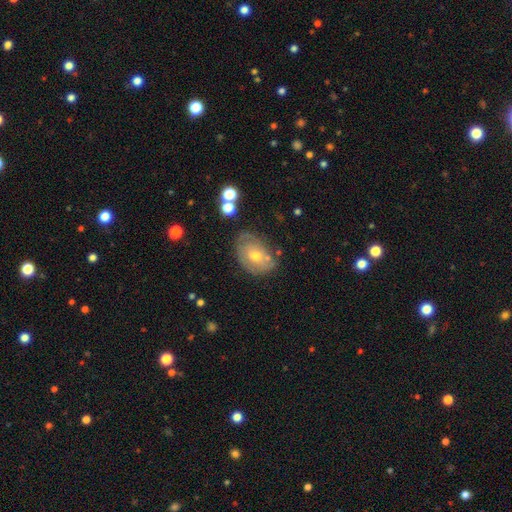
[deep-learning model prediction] smooth_or_featured: featured or disk (p=0.52) [alt: smooth p=0.39]
disk_edge_on: no (p=0.94) [alt: yes p=0.06]
merging: none (p=0.59) [alt: minor disturbance p=0.26]